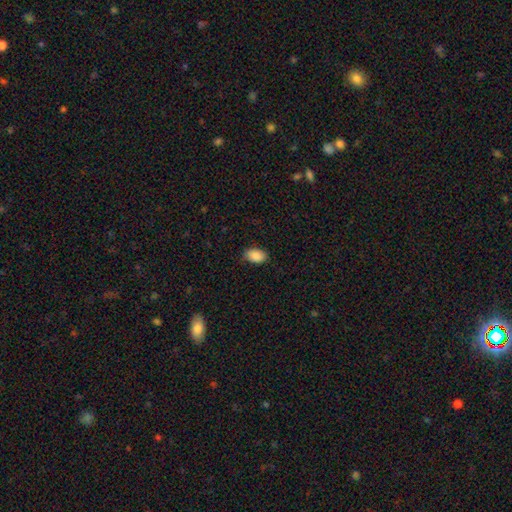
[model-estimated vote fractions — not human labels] smooth_or_featured: smooth (p=0.89) [alt: star or artifact p=0.07]
how_rounded: in between (p=0.89) [alt: round p=0.09]
merging: none (p=0.82) [alt: minor disturbance p=0.14]